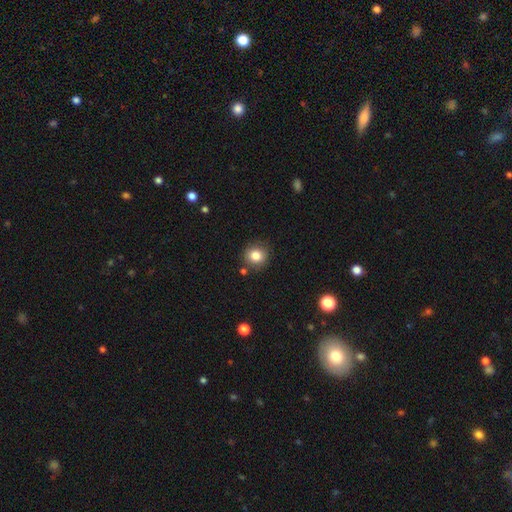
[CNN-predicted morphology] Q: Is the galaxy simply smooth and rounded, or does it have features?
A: smooth — 83%.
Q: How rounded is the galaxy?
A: round — 87%.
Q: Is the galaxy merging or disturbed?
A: none — 84%.